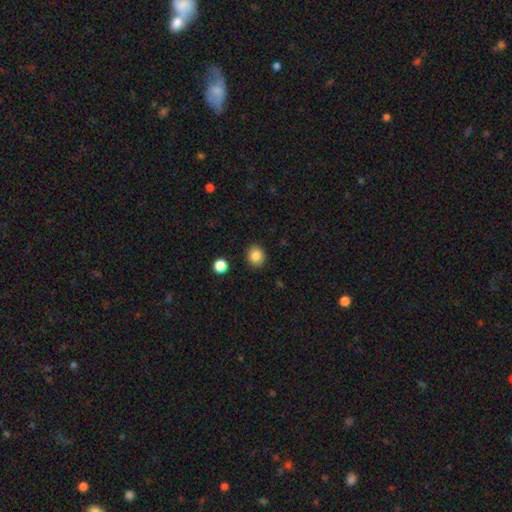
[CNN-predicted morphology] Overall: smooth (86%). How rounded: round (78%). Merging: none (90%).